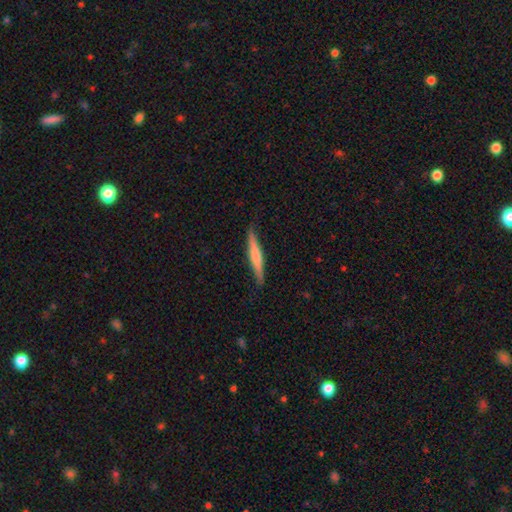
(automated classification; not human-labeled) This is possibly a smooth galaxy (48%). Merging: clearly none (87%).